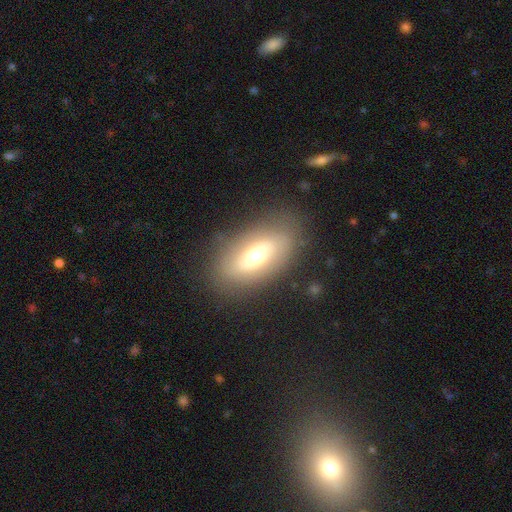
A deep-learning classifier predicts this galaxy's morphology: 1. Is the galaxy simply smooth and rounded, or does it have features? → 54% smooth, 37% featured or disk, 9% star or artifact.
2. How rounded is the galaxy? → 86% in between, 9% cigar-shaped, 5% round.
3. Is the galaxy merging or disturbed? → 82% none, 12% minor disturbance, 5% major disturbance, 2% merger.